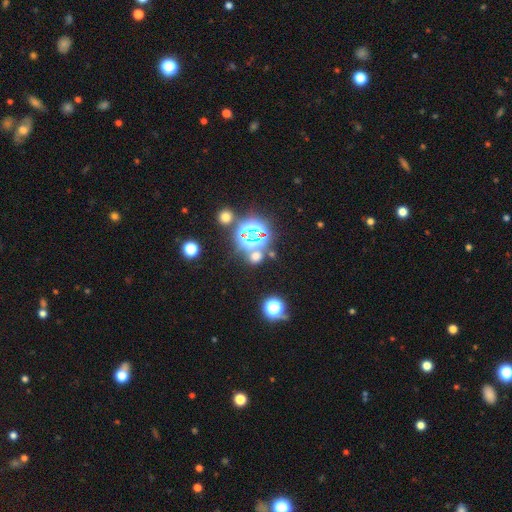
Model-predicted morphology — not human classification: Overall: star or artifact (51%; smooth 41%).